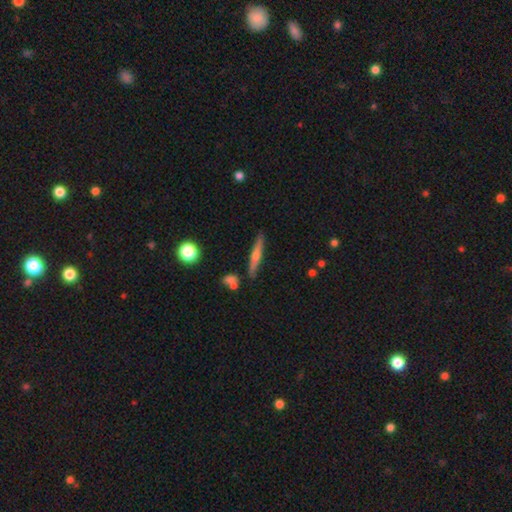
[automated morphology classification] Smooth or featured? featured or disk (55%)
Edge-on disk? yes (95%)
Edge-on bulge? rounded (74%)
Merging? none (85%)